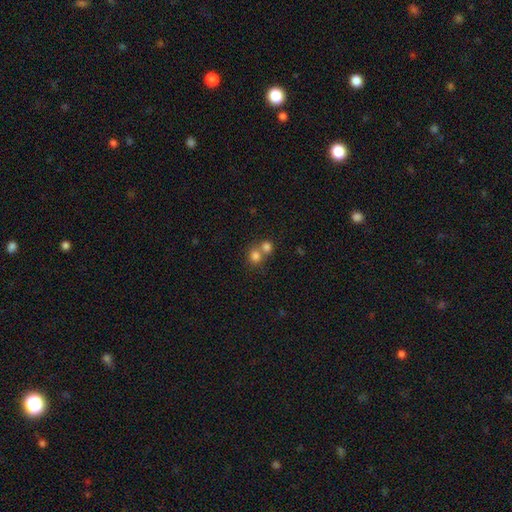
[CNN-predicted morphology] smooth 79%, star or artifact 12%, featured or disk 9%. Down the decision tree: how rounded — round (81%); merging — merger (51%).